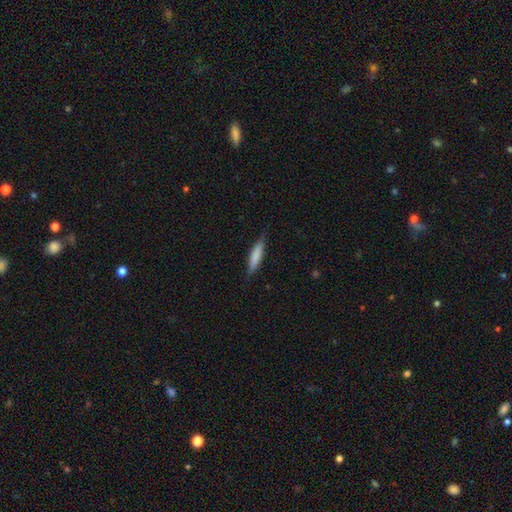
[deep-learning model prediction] A smooth galaxy with no disk features (72%) that is cigar-shaped (84%). Merging: none (81%).